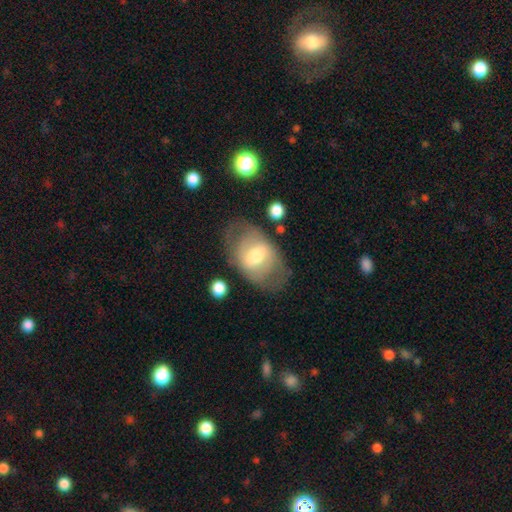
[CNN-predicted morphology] The model was most divided on "smooth or featured": featured or disk: 54%, smooth: 39%, star or artifact: 7%. More confident: edge-on disk — no (92%); merging — none (69%).